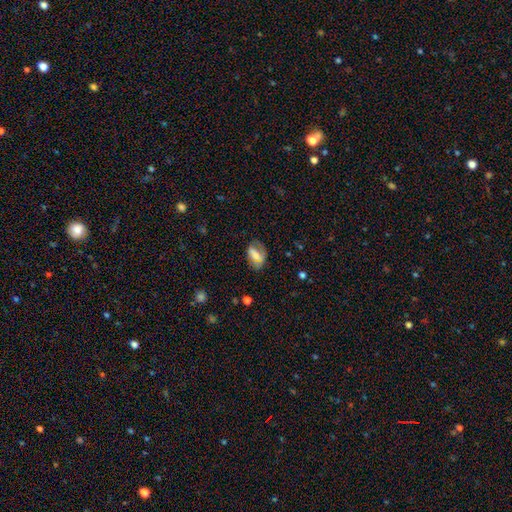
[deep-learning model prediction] Overall: smooth (55%; featured or disk 37%). How rounded: in between (85%). Merging: none (55%; minor disturbance 26%).